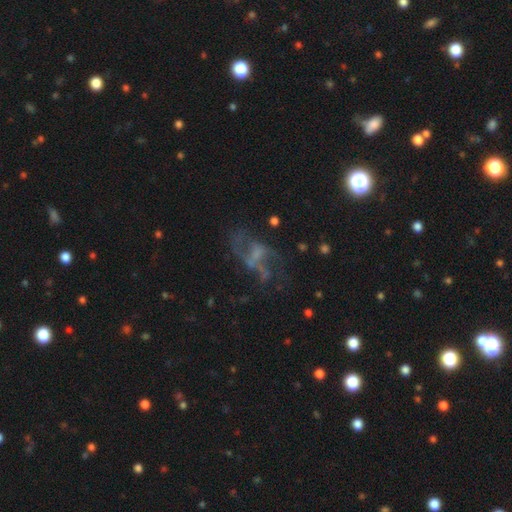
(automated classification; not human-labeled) featured or disk 62%, star or artifact 20%, smooth 18%. Down the decision tree: edge-on disk — no (96%); bar — no (62%); spiral arms — yes (51%); bulge size — none (51%); merging — none (41%).